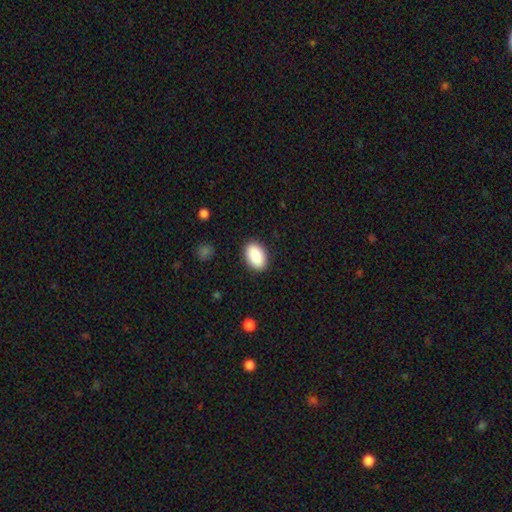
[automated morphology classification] smooth 89%, star or artifact 6%, featured or disk 5%. Down the decision tree: how rounded — in between (91%); merging — none (89%).